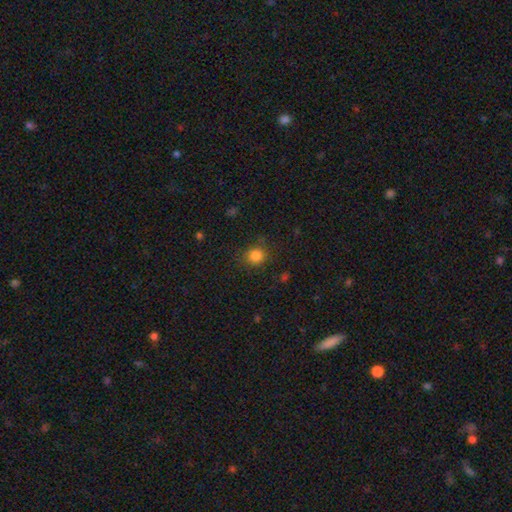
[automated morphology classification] smooth_or_featured: smooth (p=0.83) [alt: star or artifact p=0.12]
how_rounded: round (p=0.86) [alt: in between p=0.14]
merging: none (p=0.82) [alt: minor disturbance p=0.12]